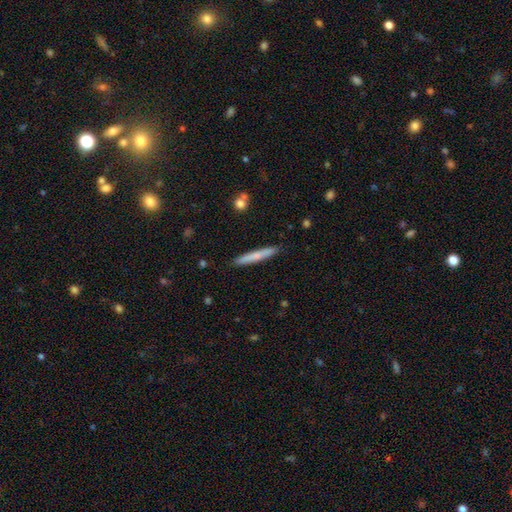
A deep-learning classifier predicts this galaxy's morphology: A smooth galaxy with no disk features (64%) that is cigar-shaped (95%). Merging: none (90%).